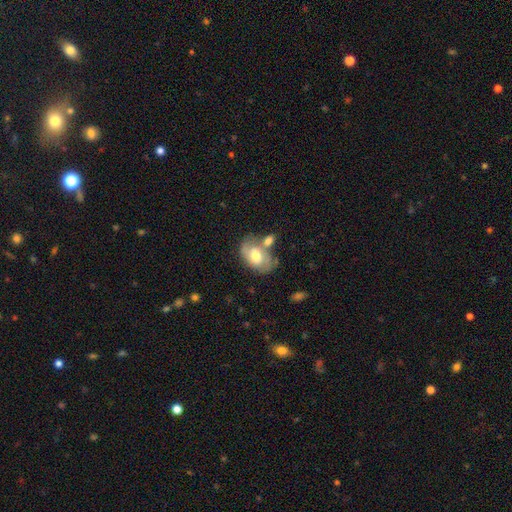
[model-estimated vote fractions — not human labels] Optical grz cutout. It shows a featured or disk galaxy (52%). Merging: none (45%).